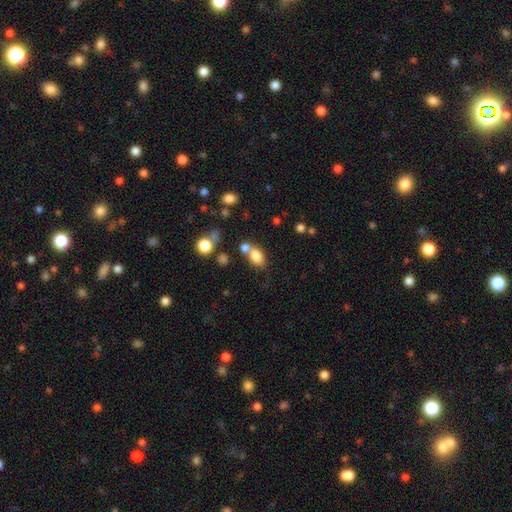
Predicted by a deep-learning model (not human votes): Smooth or featured? smooth (81%)
How rounded? in between (73%)
Merging? none (51%)